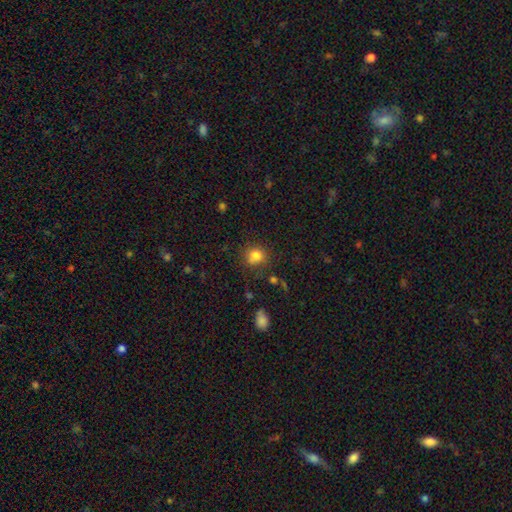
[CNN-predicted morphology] This appears to be a smooth galaxy with no disk features (81%) that is round (78%). Merging: none (72%).